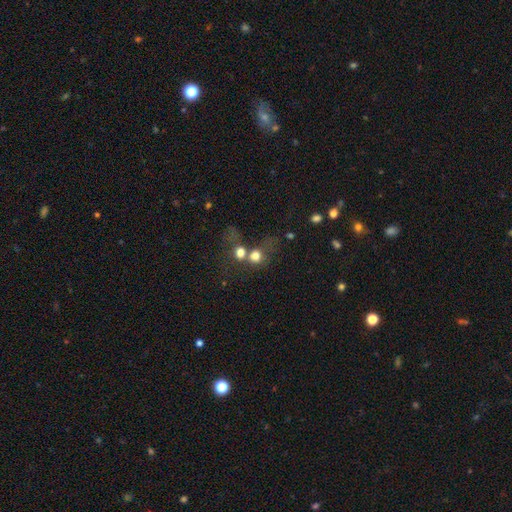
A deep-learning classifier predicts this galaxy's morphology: smooth 72%, star or artifact 15%, featured or disk 13%. Down the decision tree: how rounded — round (77%); merging — merger (51%).